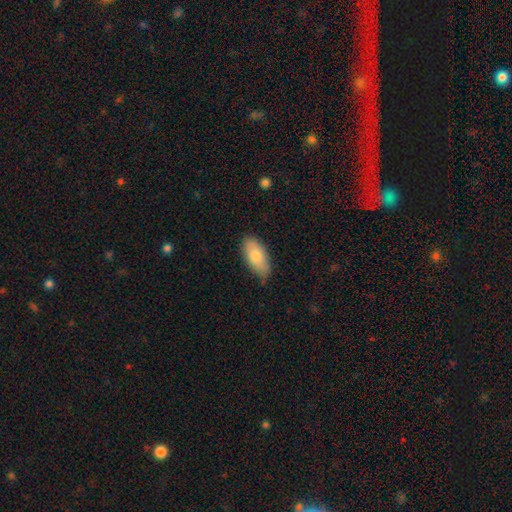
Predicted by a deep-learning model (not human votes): Morphology: type=smooth (80%); roundness=in between (90%); merging=none (74%).